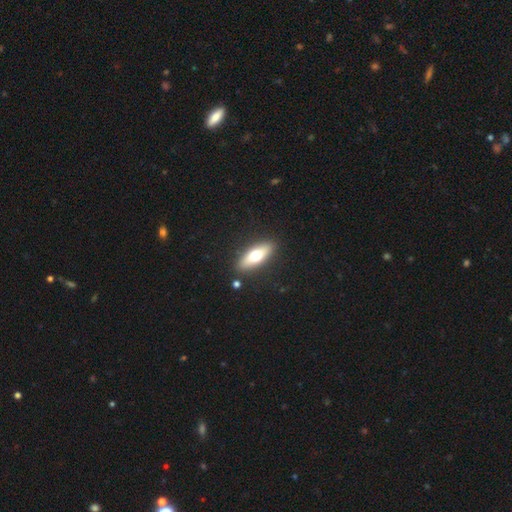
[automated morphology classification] This appears to be a smooth galaxy with no disk features (59%) that is in between round and cigar-shaped (57%). Merging: none (88%).